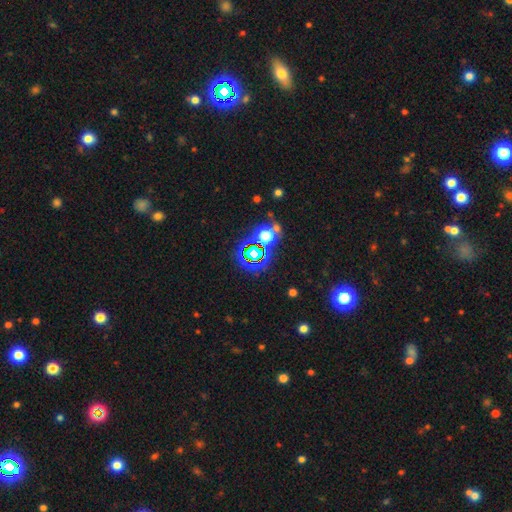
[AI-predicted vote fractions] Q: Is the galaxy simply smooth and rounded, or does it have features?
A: star or artifact — 69%.